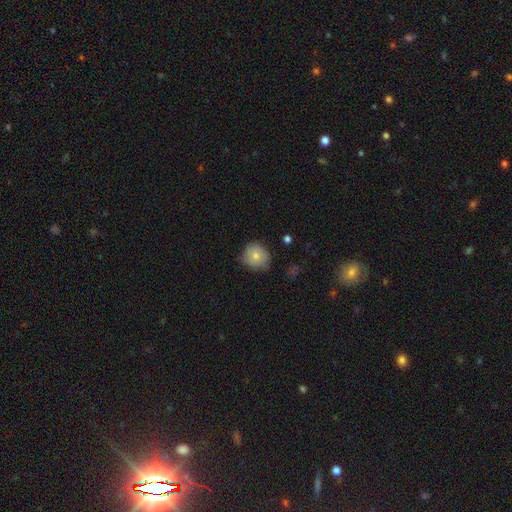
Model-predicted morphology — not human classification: A smooth galaxy with no disk features (79%) that is round (85%). Merging: none (67%).